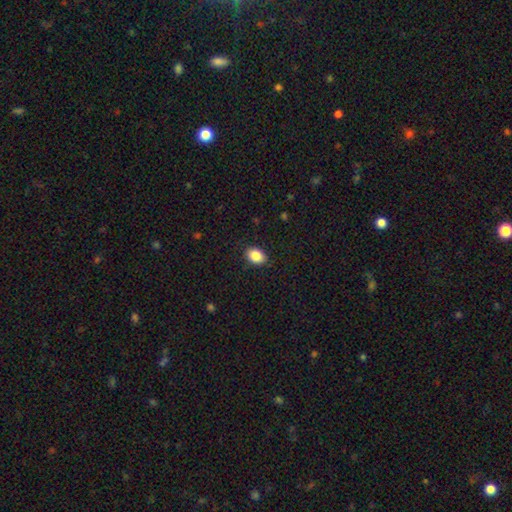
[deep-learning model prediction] smooth_or_featured: smooth (p=0.86) [alt: star or artifact p=0.08]
how_rounded: in between (p=0.78) [alt: round p=0.21]
merging: none (p=0.88) [alt: minor disturbance p=0.09]